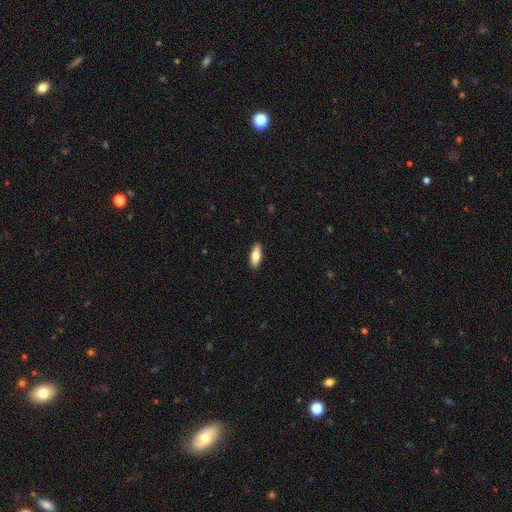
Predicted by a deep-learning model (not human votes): Smooth or featured: smooth — 76% (featured or disk — 19%)
How rounded: in between — 69% (cigar-shaped — 29%)
Merging: none — 90% (minor disturbance — 7%)